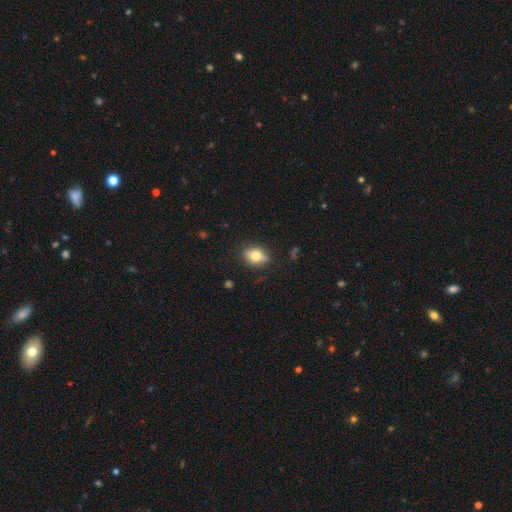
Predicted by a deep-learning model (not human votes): Smooth or featured: smooth — 63% (featured or disk — 29%)
How rounded: in between — 64% (round — 32%)
Merging: none — 82% (minor disturbance — 13%)